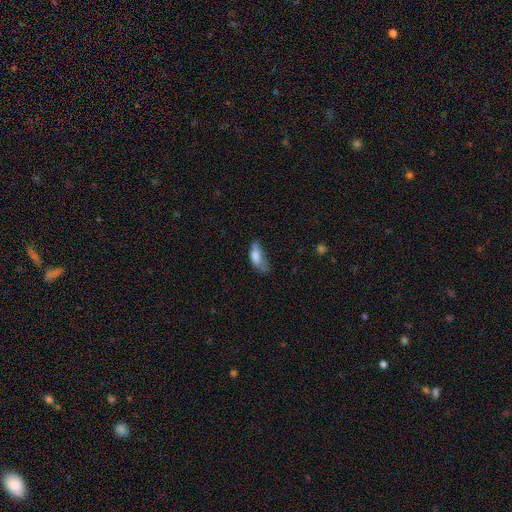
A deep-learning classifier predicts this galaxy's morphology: Q: Smooth or featured?
A: smooth (74%); runner-up: featured or disk (18%)
Q: How rounded?
A: in between (76%); runner-up: cigar-shaped (21%)
Q: Merging?
A: minor disturbance (37%); runner-up: none (30%)